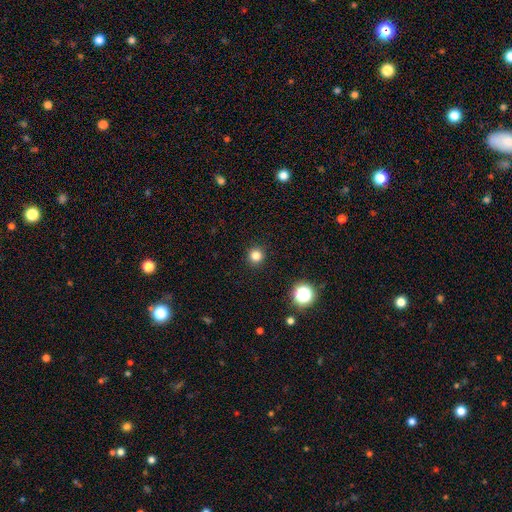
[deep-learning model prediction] This appears to be a smooth galaxy with no disk features (81%) that is round (95%). Merging: none (92%).